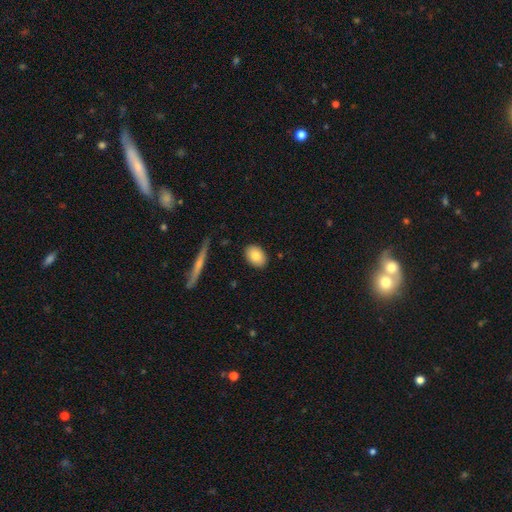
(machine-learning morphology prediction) This appears to be a smooth galaxy with no disk features (82%) that is in between round and cigar-shaped (81%). Merging: none (88%).